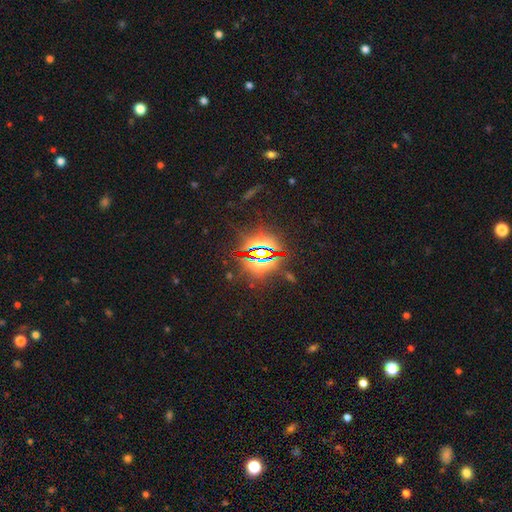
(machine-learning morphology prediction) The model was most divided on "smooth or featured": star or artifact: 81%, smooth: 11%, featured or disk: 8%.